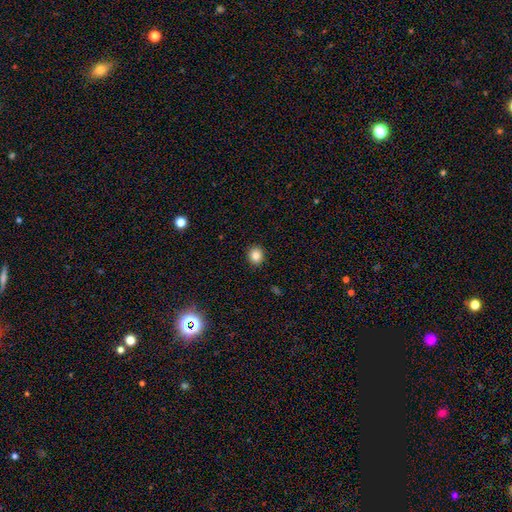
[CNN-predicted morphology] The model was most divided on "how rounded": round: 82%, in between: 17%, cigar-shaped: 1%. More confident: merging — none (92%); smooth or featured — smooth (83%).